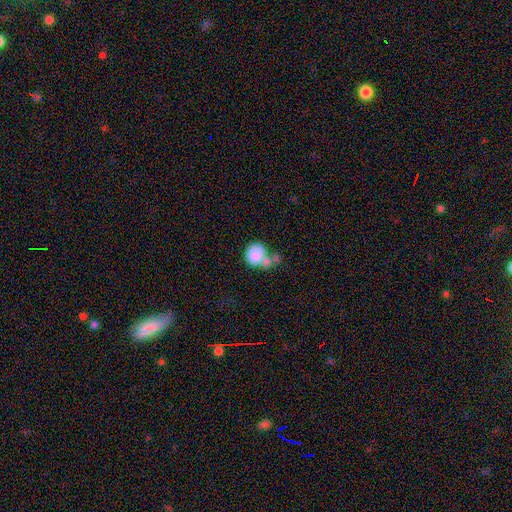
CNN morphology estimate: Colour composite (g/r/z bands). It shows a smooth galaxy with no disk features (79%) that is round (78%). Merging: merger (48%).